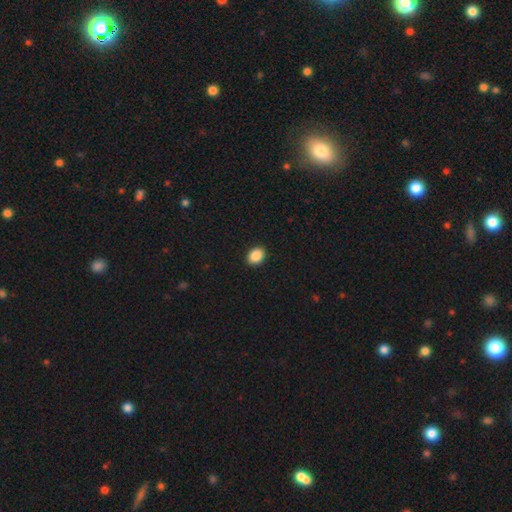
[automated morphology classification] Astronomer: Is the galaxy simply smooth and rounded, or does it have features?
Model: smooth — 89%.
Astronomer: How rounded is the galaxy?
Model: in between — 64%.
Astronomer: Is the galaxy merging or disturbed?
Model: none — 92%.